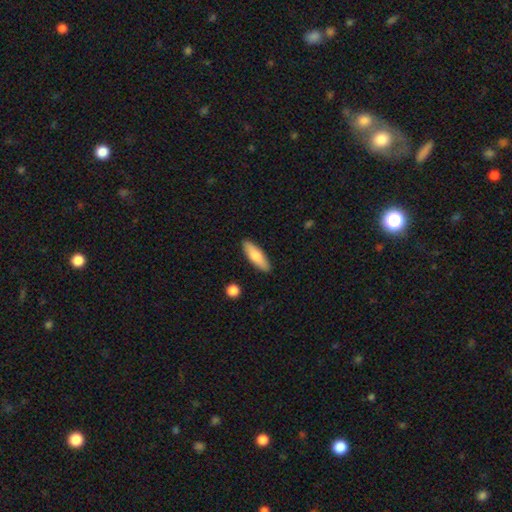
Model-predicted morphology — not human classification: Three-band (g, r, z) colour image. It shows a smooth galaxy with no disk features (78%) that is in between round and cigar-shaped (51%). Merging: none (89%).